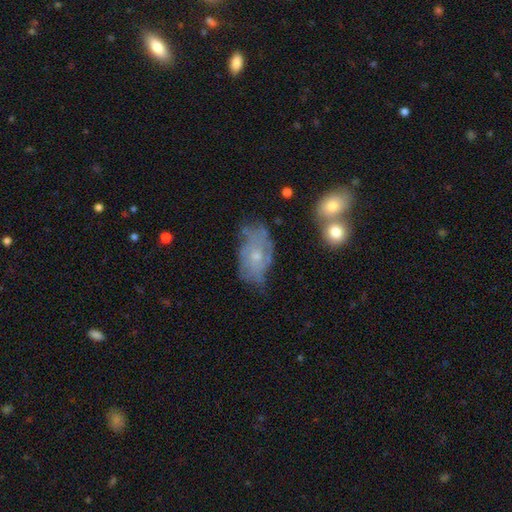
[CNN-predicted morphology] Smooth or featured?
  - featured or disk: 65% *
  - smooth: 26%
  - star or artifact: 9%
Edge-on disk?
  - no: 95% *
  - yes: 5%
Bar?
  - no: 81% *
  - weak: 17%
  - strong: 2%
Spiral arms?
  - yes: 73% *
  - no: 27%
Bulge size?
  - small: 58% *
  - moderate: 36%
  - none: 3%
  - large: 2%
  - dominant: 1%
Merging?
  - none: 54% *
  - minor disturbance: 29%
  - major disturbance: 13%
  - merger: 4%